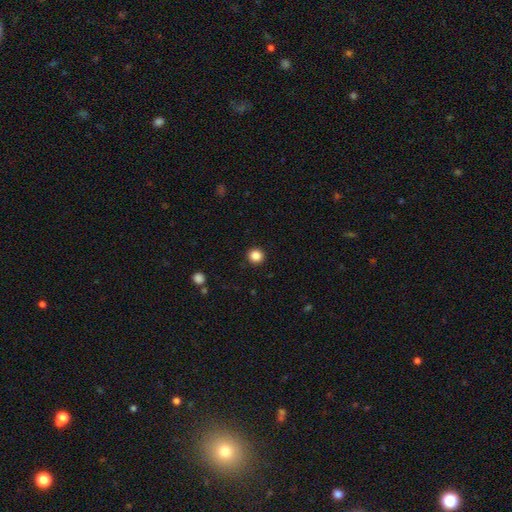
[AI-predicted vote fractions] smooth_or_featured: smooth (p=0.86) [alt: star or artifact p=0.11]
how_rounded: round (p=0.93) [alt: in between p=0.06]
merging: none (p=0.92) [alt: minor disturbance p=0.05]